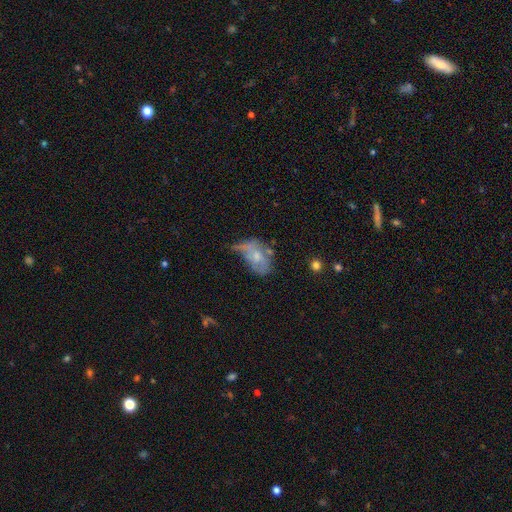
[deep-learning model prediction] featured or disk 48%, smooth 41%, star or artifact 11%. Down the decision tree: merging — major disturbance (35%).